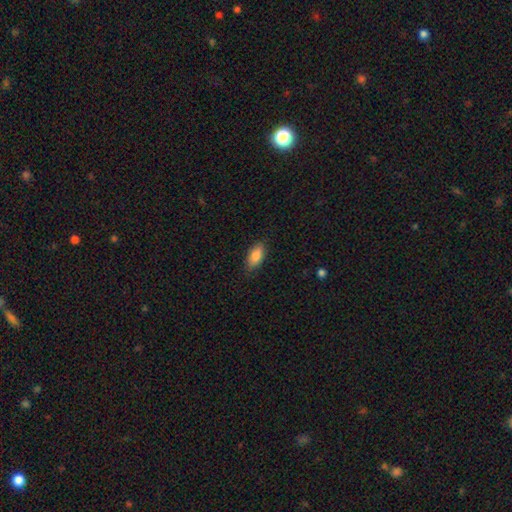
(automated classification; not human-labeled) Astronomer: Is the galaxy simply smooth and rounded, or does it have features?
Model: smooth — 85%.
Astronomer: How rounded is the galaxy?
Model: in between — 89%.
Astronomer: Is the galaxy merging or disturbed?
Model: none — 82%.